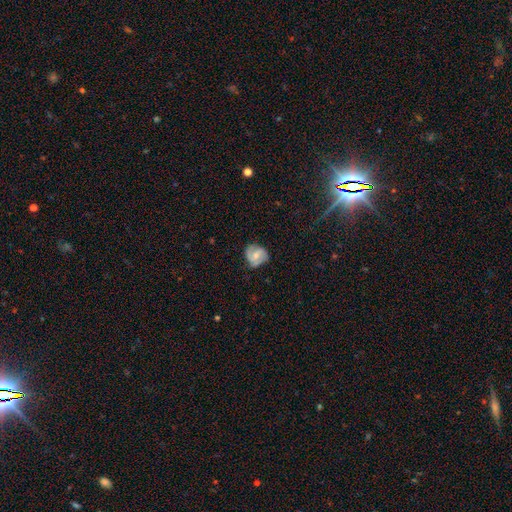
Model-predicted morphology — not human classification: A featured or disk galaxy (57%) with no bar (45%), spiral arms (87%) and a moderate central bulge (45%).

Vote fractions:
- Smooth or featured? featured or disk: 57% / smooth: 36% / star or artifact: 7%
- Edge-on disk? no: 97% / yes: 3%
- Bar? no: 45% / weak: 43% / strong: 12%
- Spiral arms? yes: 87% / no: 13%
- Bulge size? moderate: 45% / small: 44% / none: 7% / large: 3% / dominant: 1%
- Merging? none: 65% / minor disturbance: 26% / major disturbance: 8% / merger: 1%